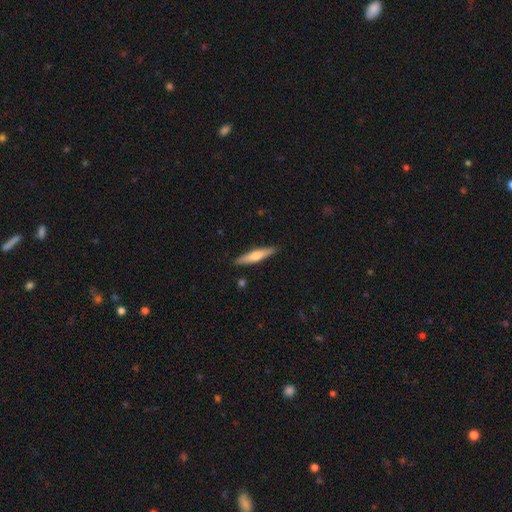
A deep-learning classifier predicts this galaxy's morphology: Smooth or featured: smooth — 51% (featured or disk — 44%)
How rounded: cigar-shaped — 87% (in between — 12%)
Merging: none — 89% (minor disturbance — 8%)